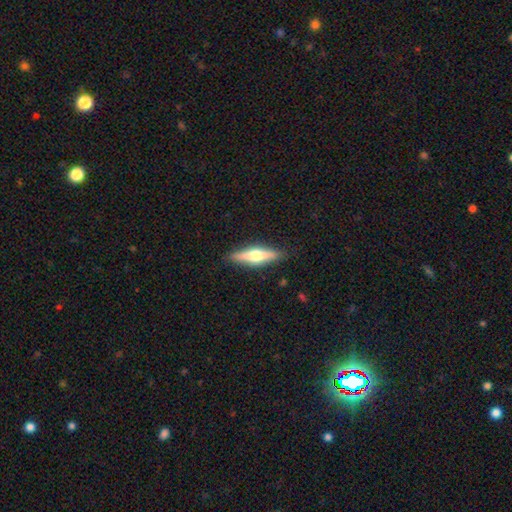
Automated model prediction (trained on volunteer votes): This is possibly a featured or disk galaxy (55%). It is clearly viewed edge-on (94%). Edge-on bulge: clearly rounded (92%). Merging: clearly none (89%).